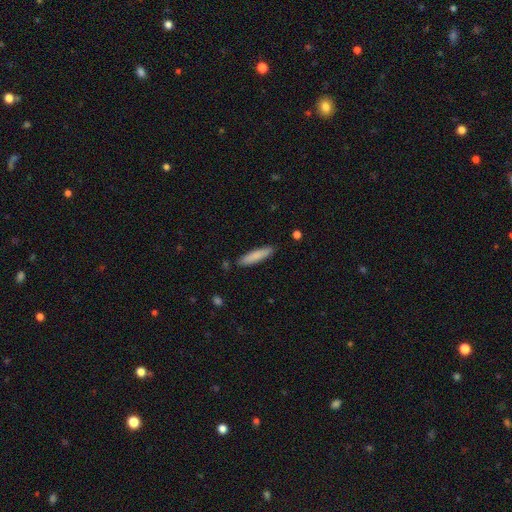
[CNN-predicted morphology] Q: Smooth or featured?
A: smooth (82%); runner-up: featured or disk (12%)
Q: How rounded?
A: cigar-shaped (82%); runner-up: in between (17%)
Q: Merging?
A: none (87%); runner-up: minor disturbance (9%)